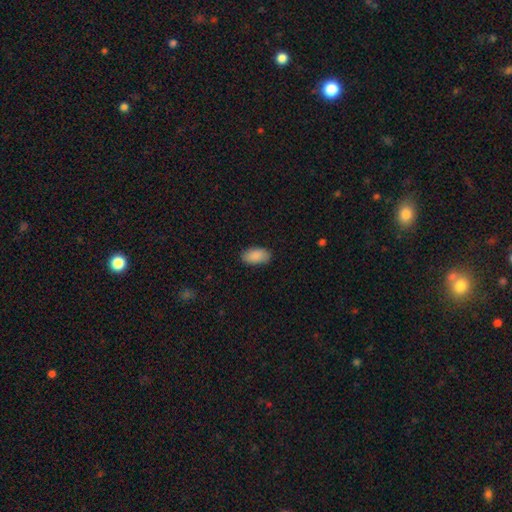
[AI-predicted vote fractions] Smooth or featured?
  - smooth: 90% *
  - star or artifact: 6%
  - featured or disk: 3%
How rounded?
  - in between: 95% *
  - round: 3%
  - cigar-shaped: 2%
Merging?
  - none: 86% *
  - minor disturbance: 11%
  - major disturbance: 2%
  - merger: 1%